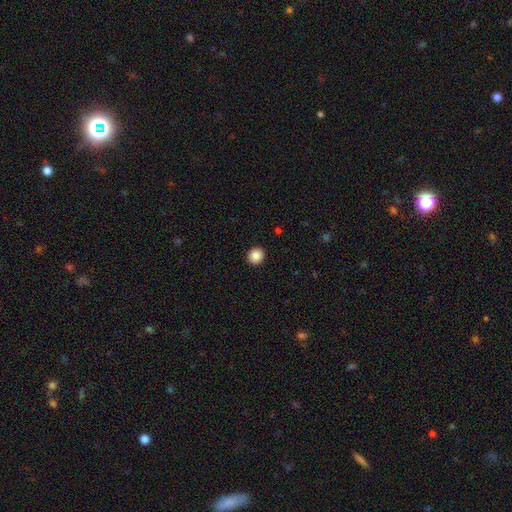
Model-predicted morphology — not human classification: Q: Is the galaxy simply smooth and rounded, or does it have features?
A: smooth — 87%.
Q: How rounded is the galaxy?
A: round — 90%.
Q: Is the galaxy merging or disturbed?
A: none — 93%.